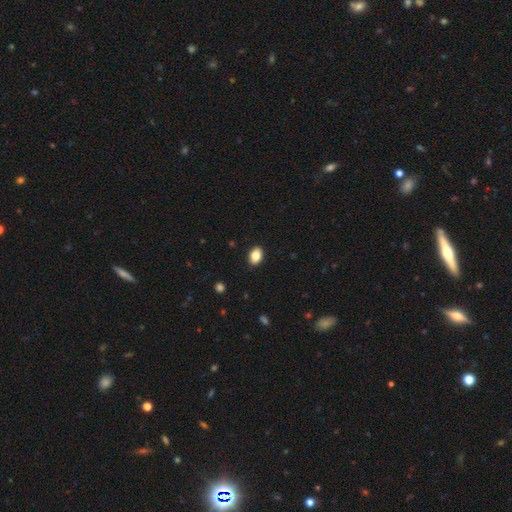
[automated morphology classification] Q: Smooth or featured?
A: smooth (85%); runner-up: star or artifact (8%)
Q: How rounded?
A: in between (82%); runner-up: round (17%)
Q: Merging?
A: none (89%); runner-up: minor disturbance (8%)